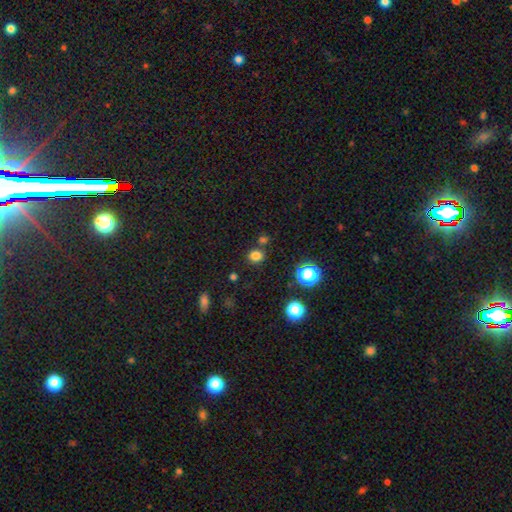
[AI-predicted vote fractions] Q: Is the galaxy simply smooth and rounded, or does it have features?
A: smooth — 78%.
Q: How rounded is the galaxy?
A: round — 78%.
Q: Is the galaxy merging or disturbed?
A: none — 79%.